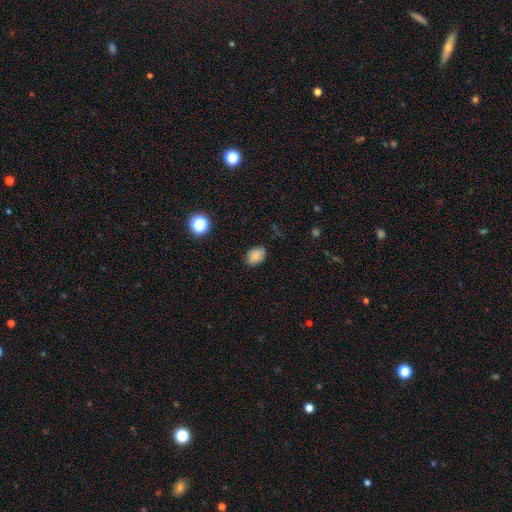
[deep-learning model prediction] Smooth or featured: smooth — 82% (star or artifact — 11%)
How rounded: in between — 72% (round — 27%)
Merging: none — 81% (minor disturbance — 15%)